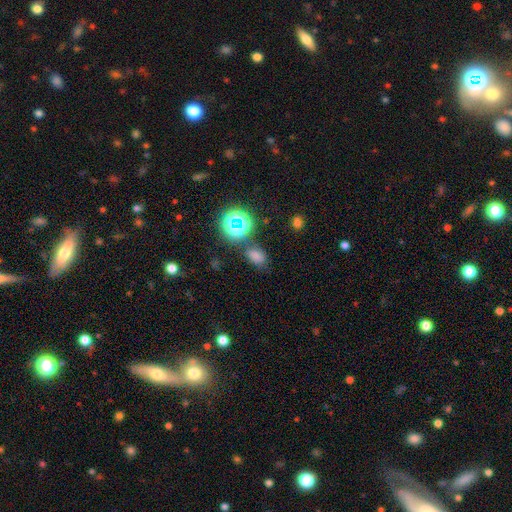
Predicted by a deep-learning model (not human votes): Overall: smooth (67%). How rounded: in between (74%). Merging: none (68%).